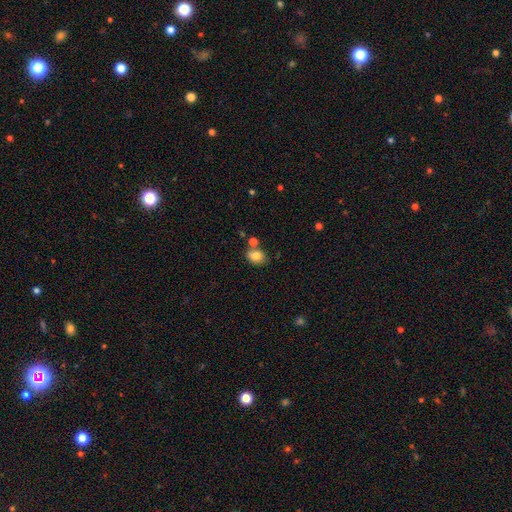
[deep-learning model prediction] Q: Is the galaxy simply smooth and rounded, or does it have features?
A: smooth — 81%.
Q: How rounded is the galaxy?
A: in between — 62%.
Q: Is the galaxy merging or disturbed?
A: none — 61%.